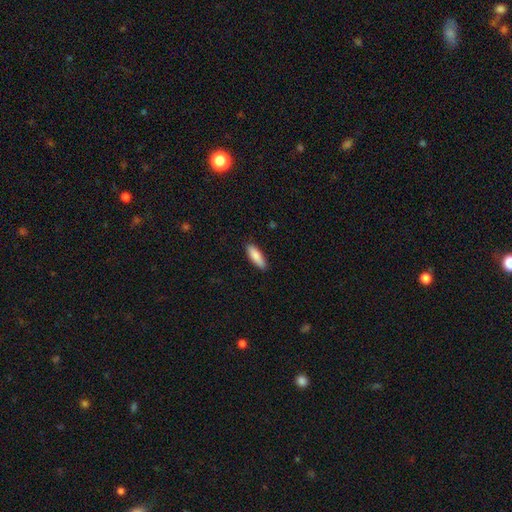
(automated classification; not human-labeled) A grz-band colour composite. It shows a smooth galaxy with no disk features (87%) that is in between round and cigar-shaped (56%). Merging: none (88%).